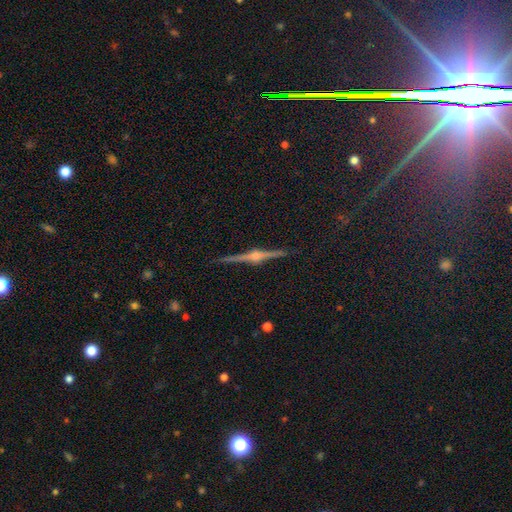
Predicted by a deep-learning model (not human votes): Smooth or featured? featured or disk (78%)
Edge-on disk? yes (96%)
Edge-on bulge? rounded (88%)
Merging? none (88%)